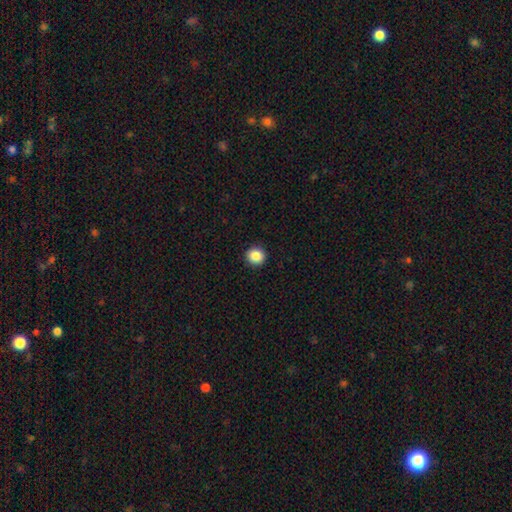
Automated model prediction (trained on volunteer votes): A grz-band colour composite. It shows a smooth galaxy with no disk features (86%) that is round (91%). Merging: none (92%).